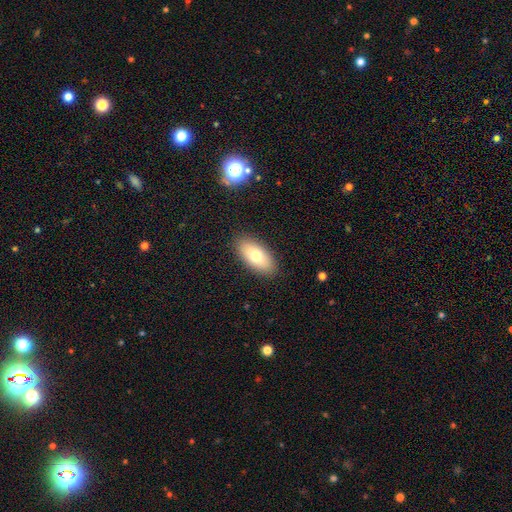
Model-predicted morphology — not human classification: A smooth galaxy with no disk features (72%) that is in between round and cigar-shaped (90%). Merging: none (88%).